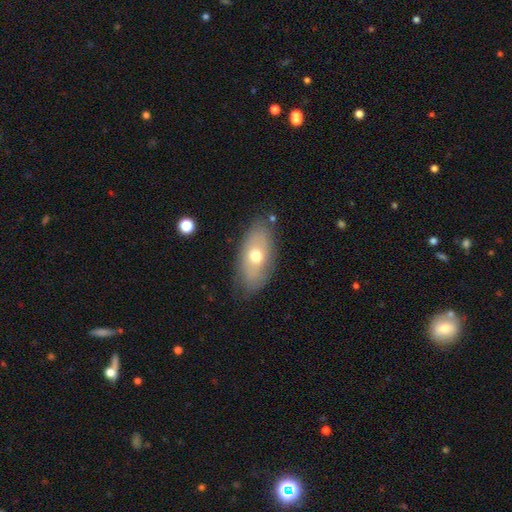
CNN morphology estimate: The model was most divided on "smooth or featured": smooth: 60%, featured or disk: 32%, star or artifact: 8%. More confident: how rounded — in between (87%); merging — none (77%).